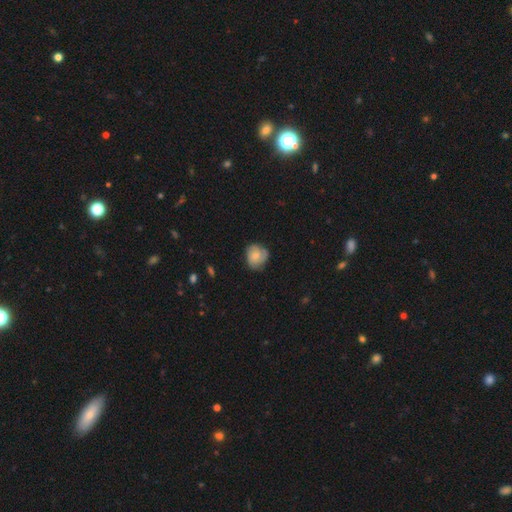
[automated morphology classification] This appears to be a smooth galaxy with no disk features (62%) that is round (75%). Merging: none (64%).